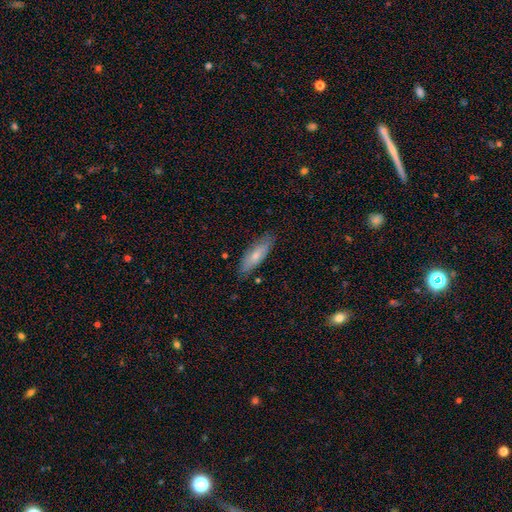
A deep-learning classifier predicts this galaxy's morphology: The model was most divided on "how rounded": in between: 61%, cigar-shaped: 37%, round: 2%. More confident: merging — none (80%); smooth or featured — smooth (67%).